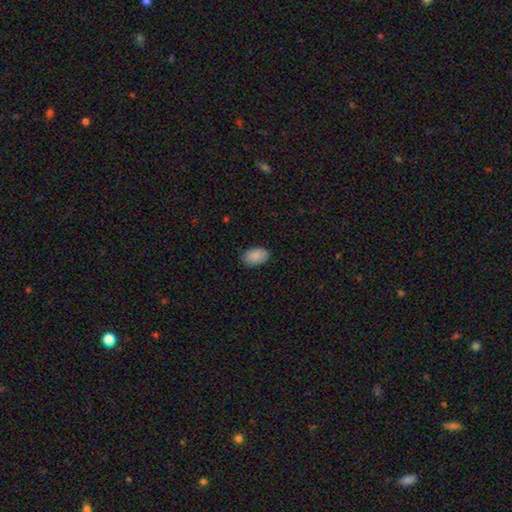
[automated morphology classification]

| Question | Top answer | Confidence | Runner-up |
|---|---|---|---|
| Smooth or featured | smooth | 89% | star or artifact (7%) |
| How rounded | in between | 91% | round (8%) |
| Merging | none | 86% | minor disturbance (11%) |